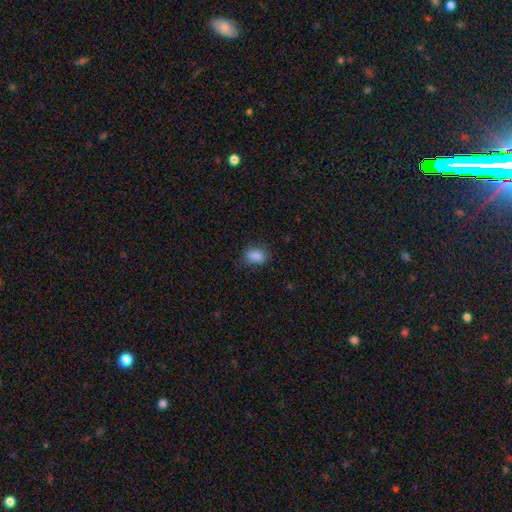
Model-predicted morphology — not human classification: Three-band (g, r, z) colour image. It shows a smooth galaxy with no disk features (87%) that is in between round and cigar-shaped (83%). Merging: none (75%).